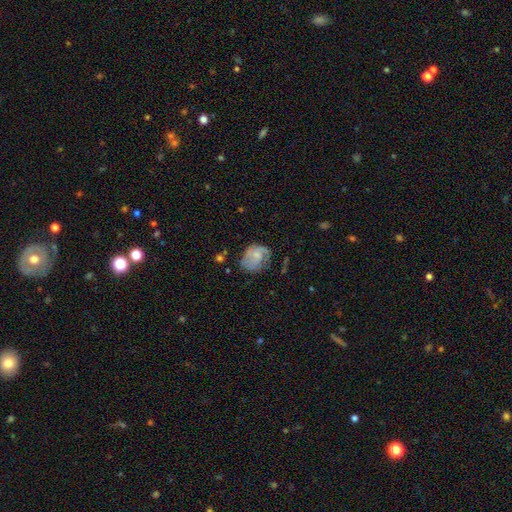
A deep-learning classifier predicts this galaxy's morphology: This is possibly a featured or disk galaxy (46%). Merging: marginally none (45%).